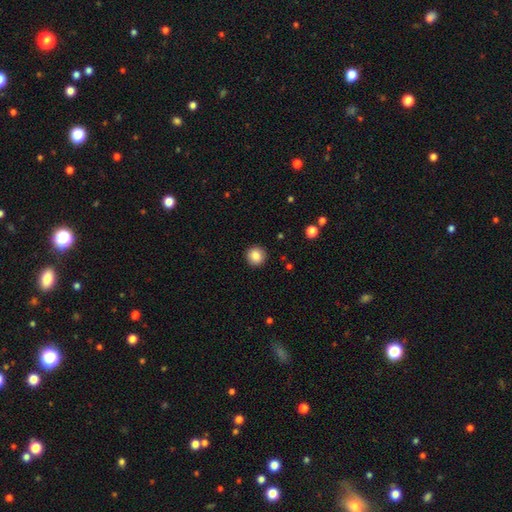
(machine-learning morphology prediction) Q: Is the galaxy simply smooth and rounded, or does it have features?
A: smooth — 86%.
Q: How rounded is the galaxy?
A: round — 94%.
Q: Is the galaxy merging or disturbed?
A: none — 92%.